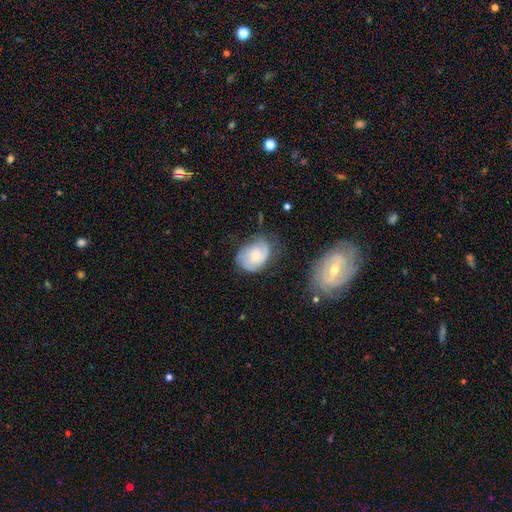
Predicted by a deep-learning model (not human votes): Q: Smooth or featured?
A: featured or disk (60%); runner-up: smooth (33%)
Q: Edge-on disk?
A: no (97%); runner-up: yes (3%)
Q: Bar?
A: no (65%); runner-up: weak (31%)
Q: Spiral arms?
A: yes (88%); runner-up: no (12%)
Q: Spiral winding?
A: tight (49%); runner-up: medium (38%)
Q: Spiral arm count?
A: 2 (37%); runner-up: can't tell (31%)
Q: Bulge size?
A: small (57%); runner-up: moderate (36%)
Q: Merging?
A: none (55%); runner-up: minor disturbance (29%)